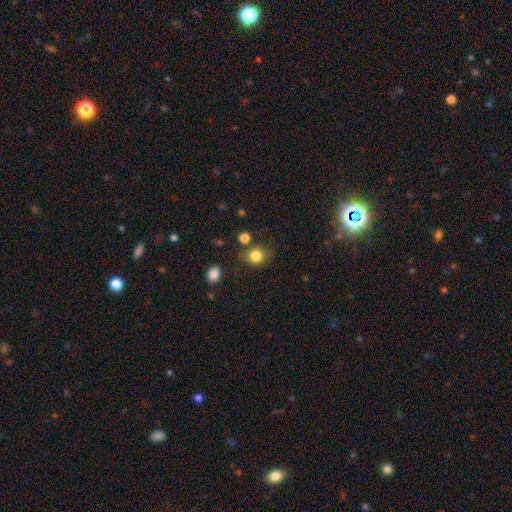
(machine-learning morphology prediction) The model was most divided on "how rounded": round: 73%, in between: 26%, cigar-shaped: 1%. More confident: smooth or featured — smooth (83%); merging — none (71%).